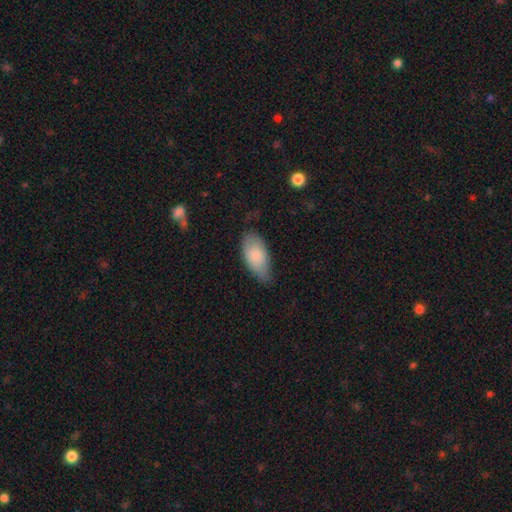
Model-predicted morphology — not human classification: A smooth galaxy with no disk features (84%) that is in between round and cigar-shaped (92%).

Vote fractions:
- Smooth or featured? smooth: 84% / featured or disk: 10% / star or artifact: 6%
- How rounded? in between: 92% / cigar-shaped: 5% / round: 2%
- Merging? none: 62% / minor disturbance: 30% / major disturbance: 6% / merger: 1%